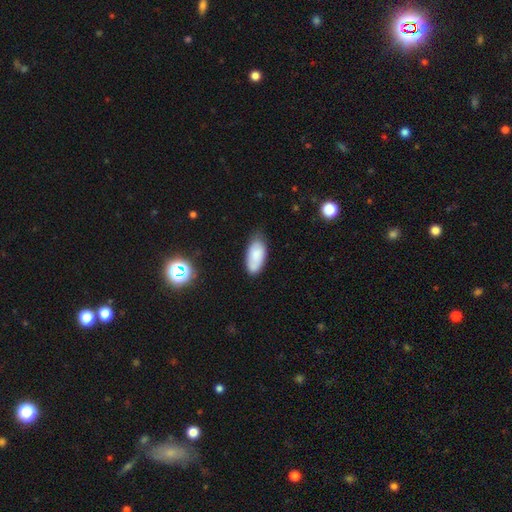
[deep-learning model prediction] smooth 78%, featured or disk 14%, star or artifact 8%. Down the decision tree: how rounded — in between (92%); merging — none (67%).